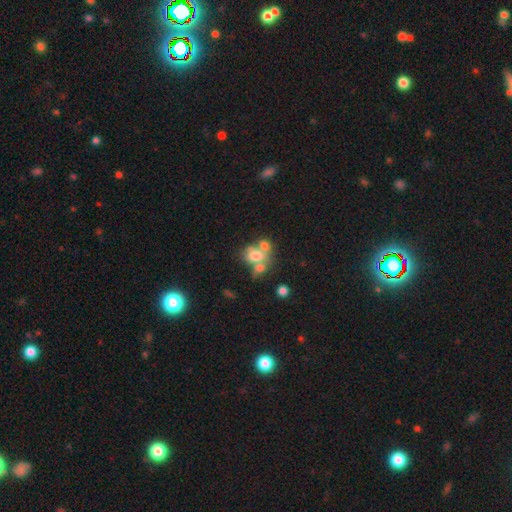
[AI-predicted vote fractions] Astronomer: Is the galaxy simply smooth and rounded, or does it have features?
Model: smooth — 62%.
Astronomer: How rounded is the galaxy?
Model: in between — 54% (runner-up: round, 45%).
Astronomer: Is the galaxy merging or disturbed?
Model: merger — 56%.